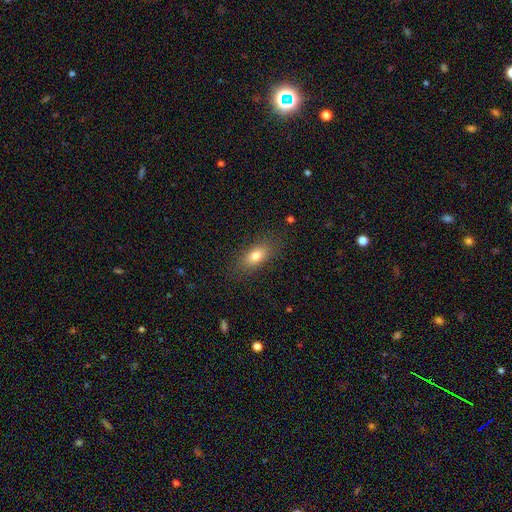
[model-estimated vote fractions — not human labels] The model was most divided on "smooth or featured": smooth: 78%, featured or disk: 13%, star or artifact: 9%. More confident: merging — none (83%); how rounded — in between (81%).